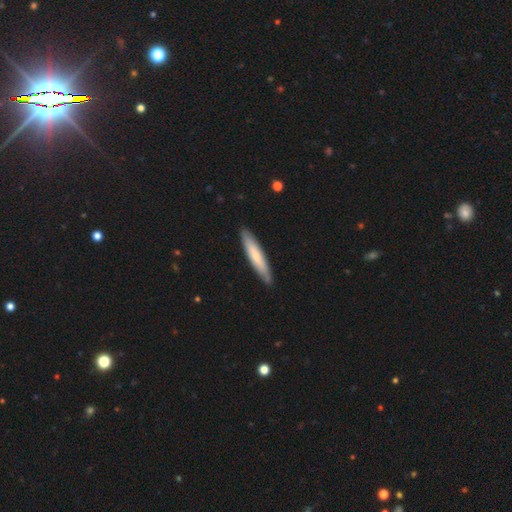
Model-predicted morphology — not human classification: smooth-or-featured: smooth: 63% | featured or disk: 32% | star or artifact: 5%
  how-rounded: cigar-shaped: 89% | in between: 10% | round: 1%
  merging: none: 88% | minor disturbance: 9% | major disturbance: 1% | merger: 1%